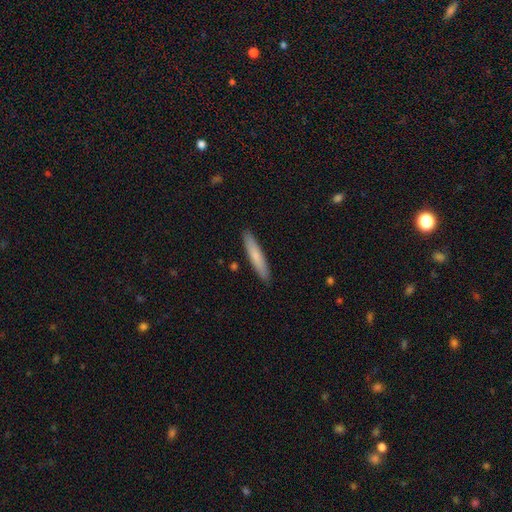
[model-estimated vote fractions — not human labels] Q: Smooth or featured?
A: smooth (75%); runner-up: featured or disk (19%)
Q: How rounded?
A: cigar-shaped (91%); runner-up: in between (8%)
Q: Merging?
A: none (91%); runner-up: minor disturbance (7%)